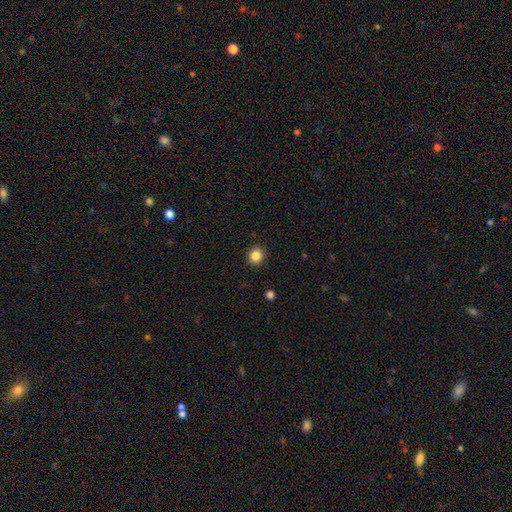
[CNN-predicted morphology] The model was most divided on "how rounded": round: 85%, in between: 14%, cigar-shaped: 1%. More confident: merging — none (91%); smooth or featured — smooth (85%).